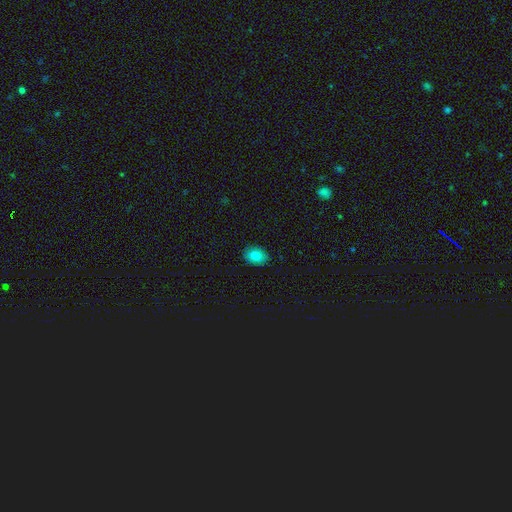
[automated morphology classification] Smooth or featured? smooth (84%)
How rounded? in between (71%)
Merging? none (88%)